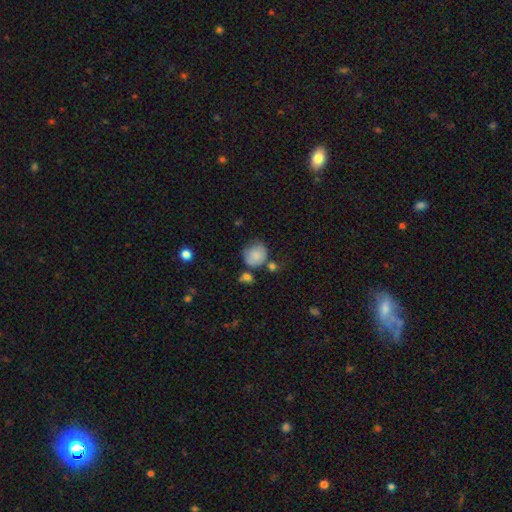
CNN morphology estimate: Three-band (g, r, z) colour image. It shows a smooth galaxy with no disk features (81%) that is round (76%). Merging: none (49%).